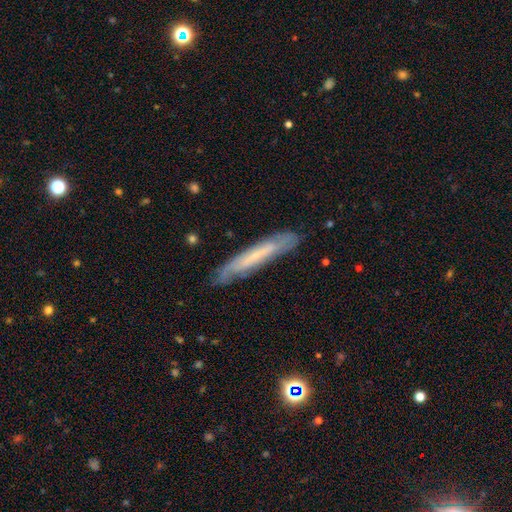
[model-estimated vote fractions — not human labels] This is possibly a featured or disk galaxy (53%). It is likely viewed edge-on (69%). Merging: clearly none (80%).